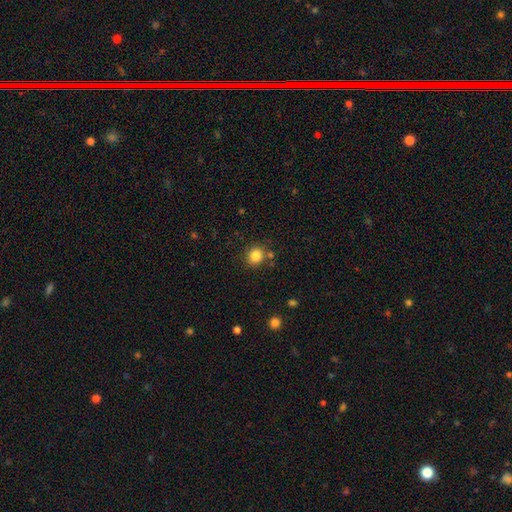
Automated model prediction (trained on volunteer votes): Smooth or featured?
  - smooth: 83% *
  - star or artifact: 12%
  - featured or disk: 6%
How rounded?
  - round: 86% *
  - in between: 13%
  - cigar-shaped: 1%
Merging?
  - none: 79% *
  - minor disturbance: 10%
  - merger: 8%
  - major disturbance: 3%